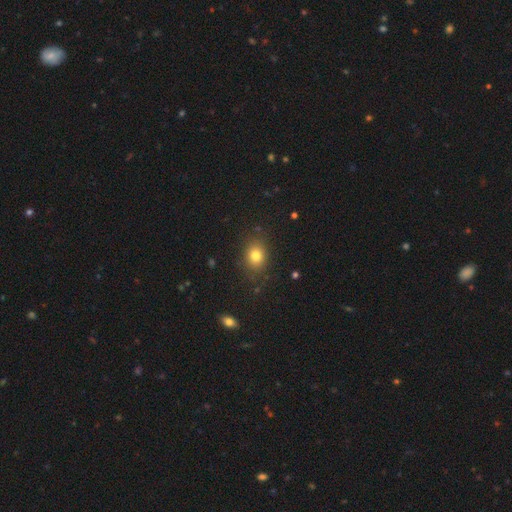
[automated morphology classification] smooth-or-featured: smooth: 79% | star or artifact: 13% | featured or disk: 8%
  how-rounded: round: 55% | in between: 44% | cigar-shaped: 1%
  merging: none: 84% | minor disturbance: 11% | major disturbance: 4% | merger: 1%